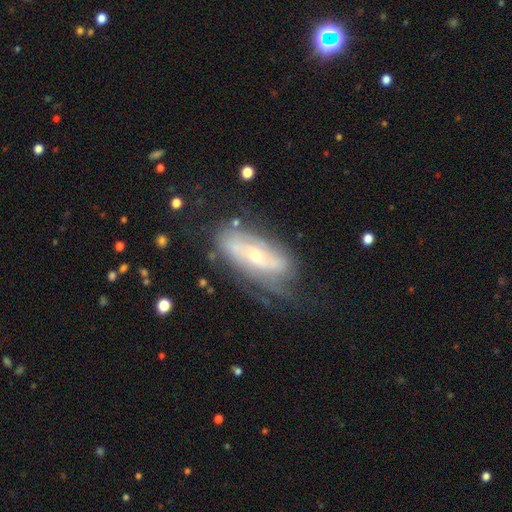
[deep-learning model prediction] Q: Smooth or featured?
A: featured or disk (72%); runner-up: smooth (21%)
Q: Edge-on disk?
A: no (86%); runner-up: yes (14%)
Q: Bar?
A: no (61%); runner-up: weak (27%)
Q: Spiral arms?
A: yes (80%); runner-up: no (20%)
Q: Bulge size?
A: small (58%); runner-up: moderate (38%)
Q: Merging?
A: none (56%); runner-up: minor disturbance (25%)